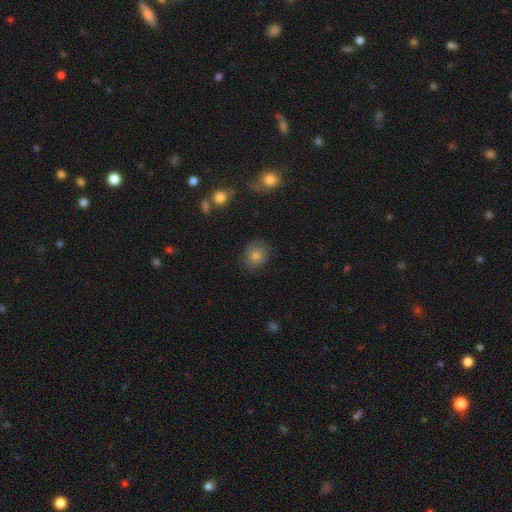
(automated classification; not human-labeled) Morphology: type=smooth (76%); roundness=round (72%); merging=none (79%).